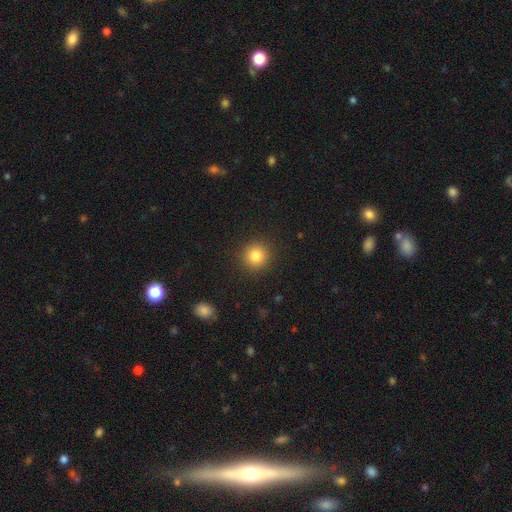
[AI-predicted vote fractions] smooth 83%, star or artifact 11%, featured or disk 6%. Down the decision tree: how rounded — round (93%); merging — none (91%).